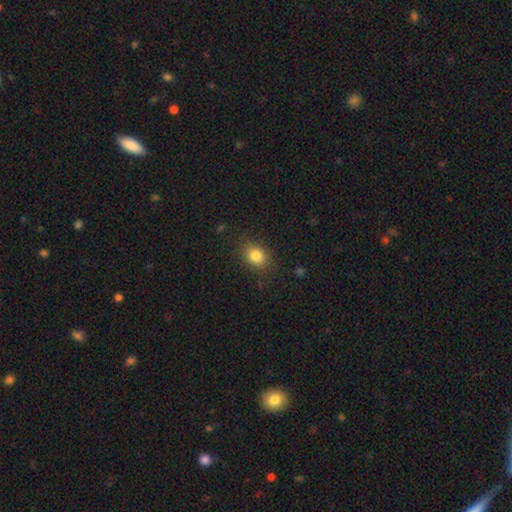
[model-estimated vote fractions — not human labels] A smooth galaxy with no disk features (83%) that is in between round and cigar-shaped (54%). Merging: none (84%).